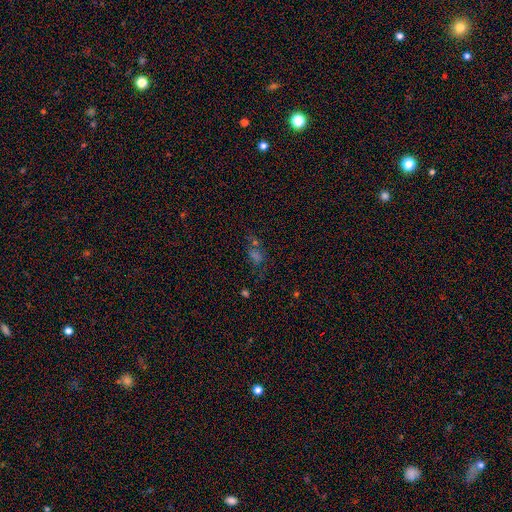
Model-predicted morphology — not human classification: Smooth or featured: star or artifact — 44% (smooth — 40%)